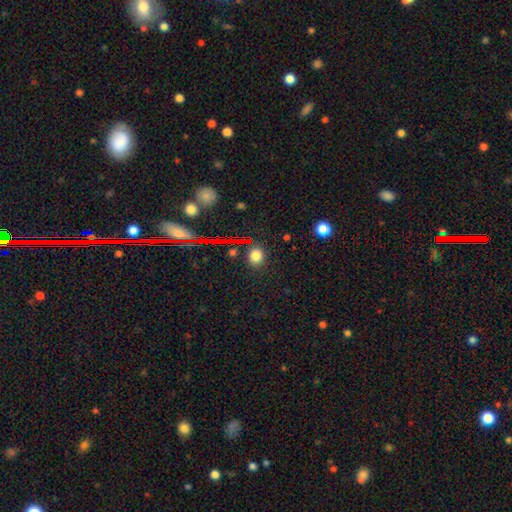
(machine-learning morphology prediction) This appears to be a smooth galaxy with no disk features (77%) that is round (79%). Merging: none (85%).